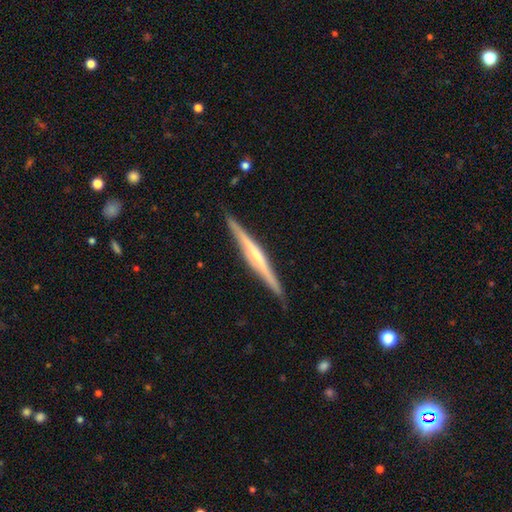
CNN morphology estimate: featured or disk 78%, smooth 17%, star or artifact 5%. Down the decision tree: edge-on disk — yes (98%); edge-on bulge — rounded (67%); merging — none (91%).